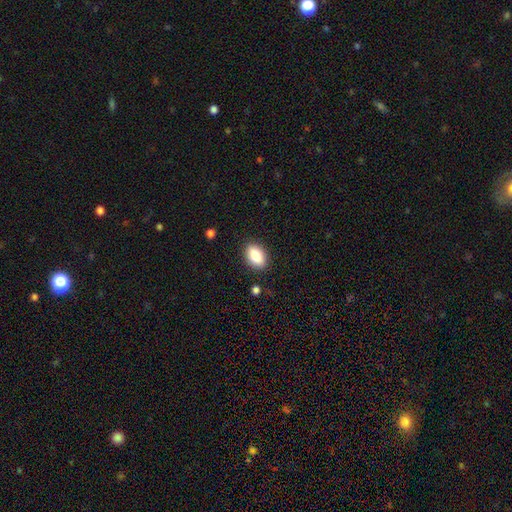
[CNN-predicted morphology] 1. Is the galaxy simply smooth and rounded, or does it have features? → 84% smooth, 8% featured or disk, 8% star or artifact.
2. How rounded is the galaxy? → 88% in between, 9% round, 3% cigar-shaped.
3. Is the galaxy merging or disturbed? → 88% none, 9% minor disturbance, 2% major disturbance, 1% merger.